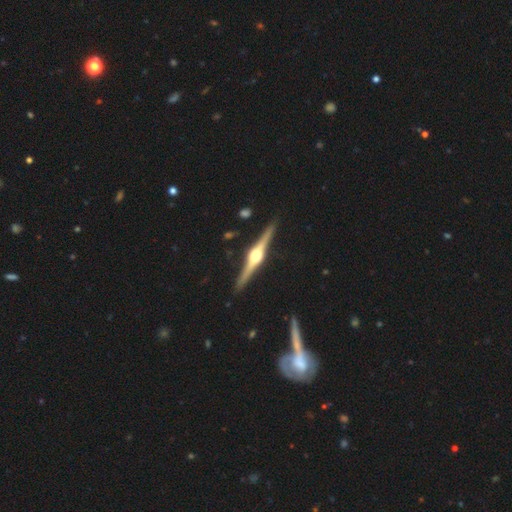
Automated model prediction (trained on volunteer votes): smooth-or-featured: featured or disk: 86% | smooth: 9% | star or artifact: 5%
  disk-edge-on: yes: 98% | no: 2%
    edge-on-bulge: rounded: 94% | boxy: 4% | none: 2%
  merging: none: 91% | minor disturbance: 7% | merger: 1% | major disturbance: 1%